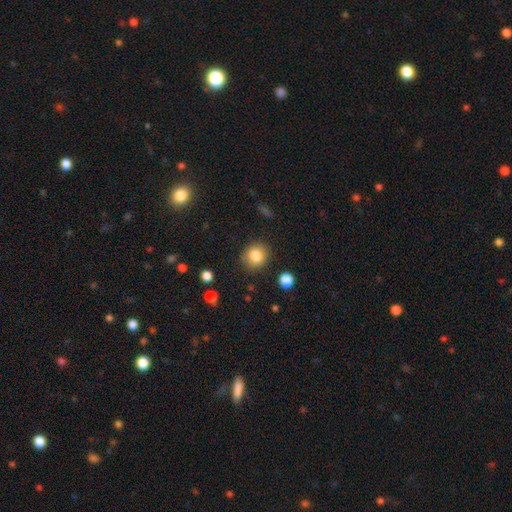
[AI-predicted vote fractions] A smooth galaxy with no disk features (82%) that is round (81%). Merging: none (88%).